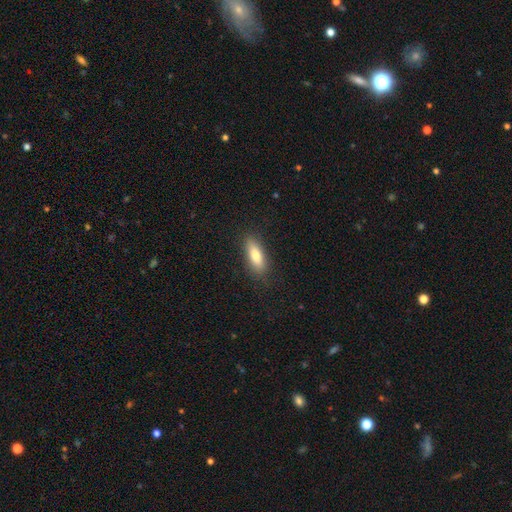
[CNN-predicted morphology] Smooth or featured? smooth (77%)
How rounded? in between (63%)
Merging? none (84%)